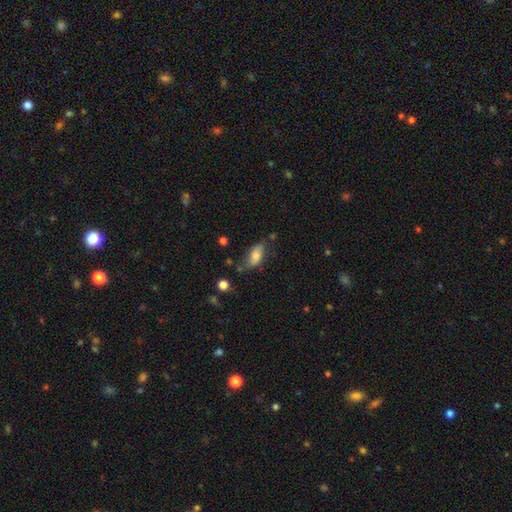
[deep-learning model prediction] A smooth galaxy with no disk features (71%) that is in between round and cigar-shaped (89%).

Vote fractions:
- Smooth or featured? smooth: 71% / featured or disk: 22% / star or artifact: 8%
- How rounded? in between: 89% / cigar-shaped: 8% / round: 4%
- Merging? none: 56% / minor disturbance: 29% / major disturbance: 10% / merger: 5%